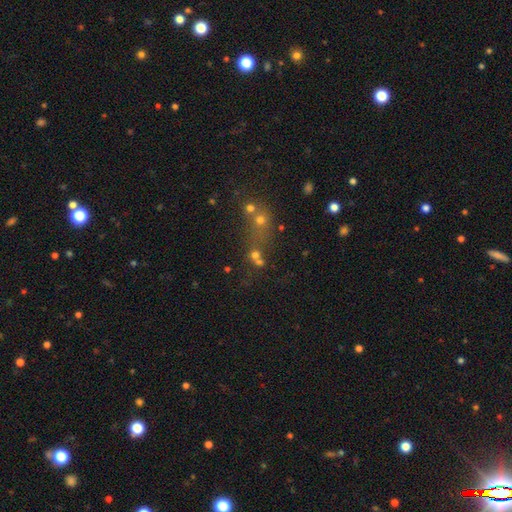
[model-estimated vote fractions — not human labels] Smooth or featured?
  - smooth: 46% *
  - star or artifact: 37%
  - featured or disk: 17%
Merging?
  - merger: 44% *
  - none: 40%
  - minor disturbance: 8%
  - major disturbance: 8%